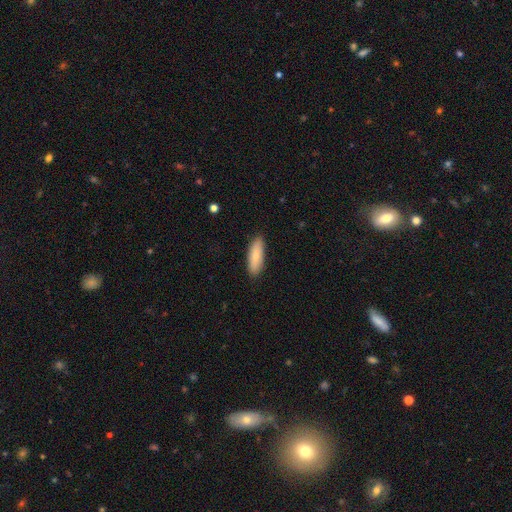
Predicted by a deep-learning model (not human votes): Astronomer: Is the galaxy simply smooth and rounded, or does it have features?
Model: smooth — 80%.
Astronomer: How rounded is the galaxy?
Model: in between — 57% (runner-up: cigar-shaped, 42%).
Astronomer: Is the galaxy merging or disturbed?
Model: none — 88%.